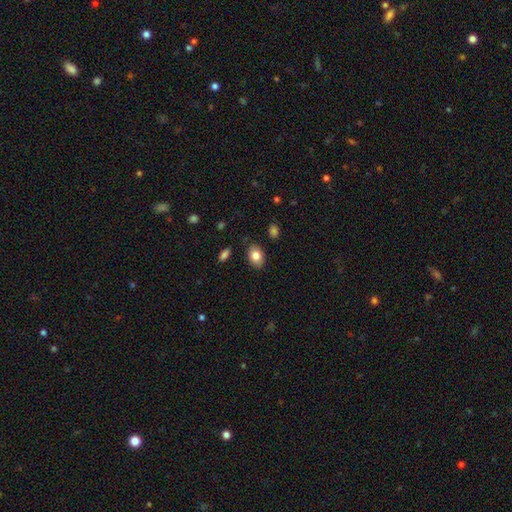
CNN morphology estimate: A smooth galaxy with no disk features (81%) that is in between round and cigar-shaped (82%). Merging: none (85%).